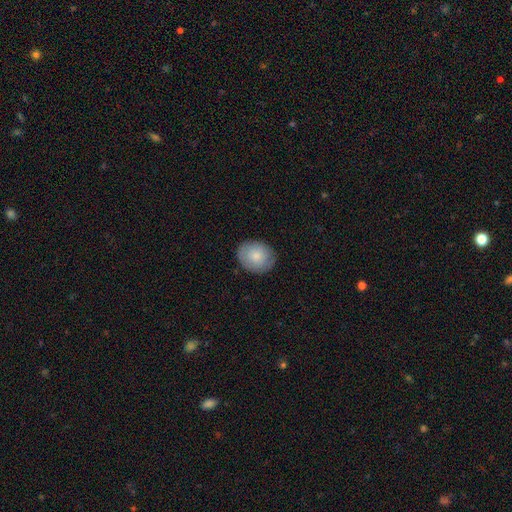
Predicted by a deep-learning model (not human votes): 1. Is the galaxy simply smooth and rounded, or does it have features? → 78% smooth, 16% featured or disk, 6% star or artifact.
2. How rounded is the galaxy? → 62% round, 37% in between, 1% cigar-shaped.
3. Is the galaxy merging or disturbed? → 83% none, 13% minor disturbance, 3% major disturbance, 1% merger.